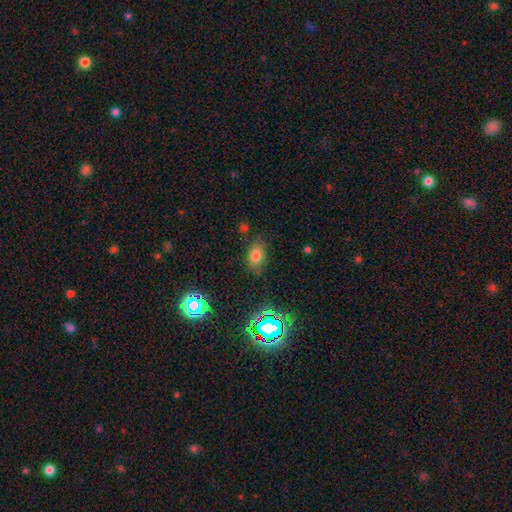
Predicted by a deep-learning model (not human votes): smooth 73%, star or artifact 17%, featured or disk 10%. Down the decision tree: how rounded — in between (78%); merging — none (72%).